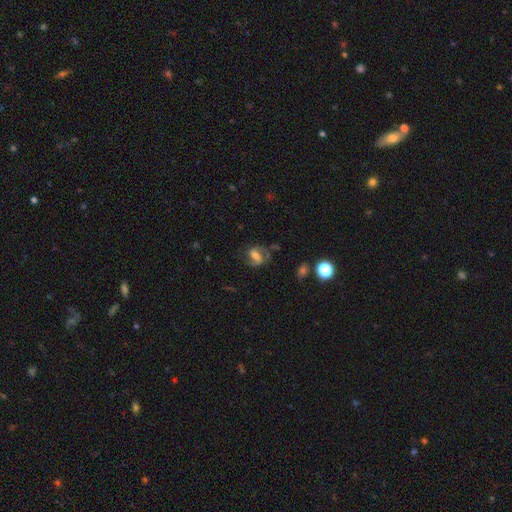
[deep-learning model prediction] A featured or disk galaxy (66%) with a weak bar (42%), 2 (82%) medium (52%) spiral arms (89%) and a moderate central bulge (39%). Merging: none (59%).